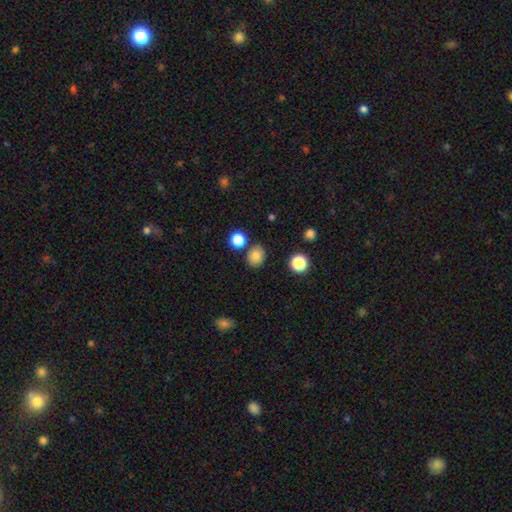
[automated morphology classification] The model was most divided on "how rounded": round: 58%, in between: 41%, cigar-shaped: 1%. More confident: smooth or featured — smooth (82%); merging — none (81%).